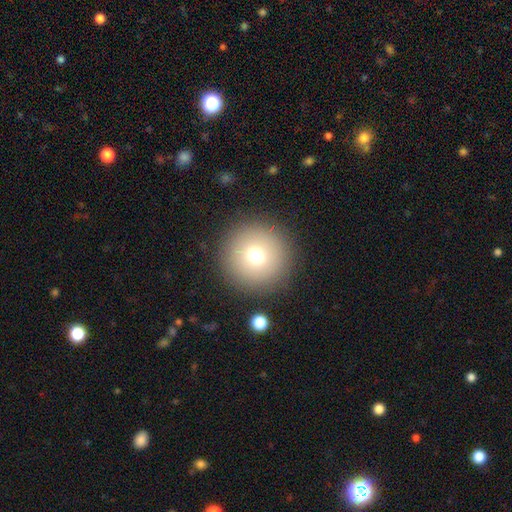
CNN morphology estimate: Smooth or featured? smooth (71%)
How rounded? round (96%)
Merging? none (90%)